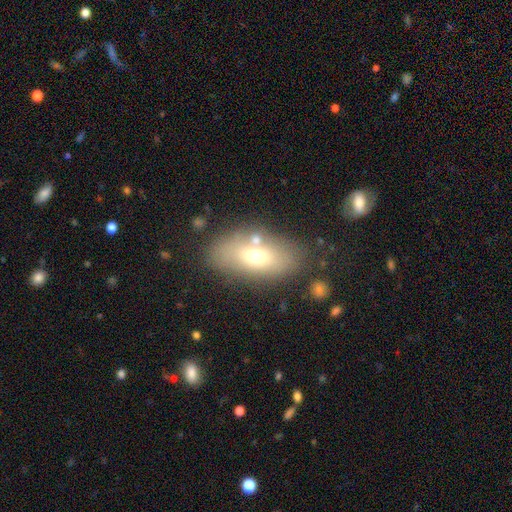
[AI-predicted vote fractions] Q: Smooth or featured?
A: smooth (62%); runner-up: featured or disk (27%)
Q: How rounded?
A: in between (84%); runner-up: round (9%)
Q: Merging?
A: none (67%); runner-up: minor disturbance (14%)